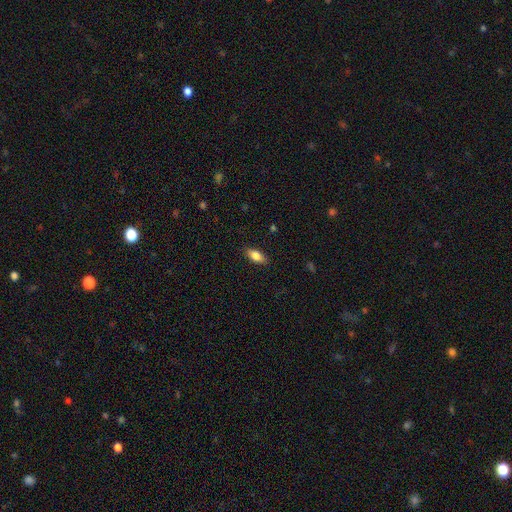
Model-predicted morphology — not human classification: A smooth galaxy with no disk features (78%) that is in between round and cigar-shaped (84%). Merging: none (86%).